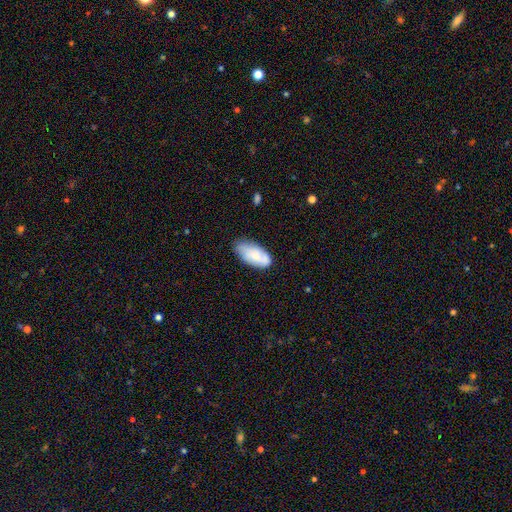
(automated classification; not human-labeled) This appears to be a smooth galaxy with no disk features (74%) that is in between round and cigar-shaped (93%). Merging: none (62%).